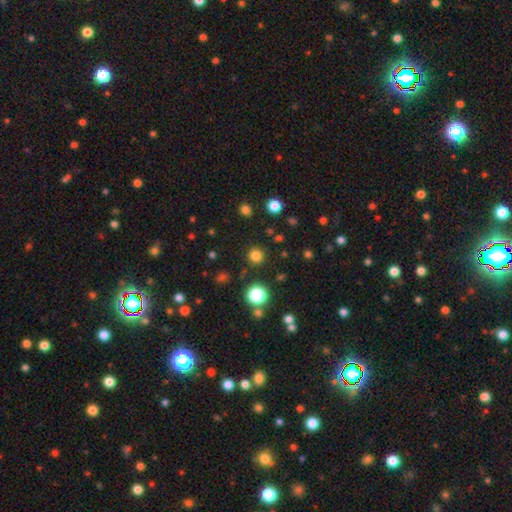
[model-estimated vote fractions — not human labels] Overall: smooth (80%). How rounded: round (95%). Merging: none (90%).